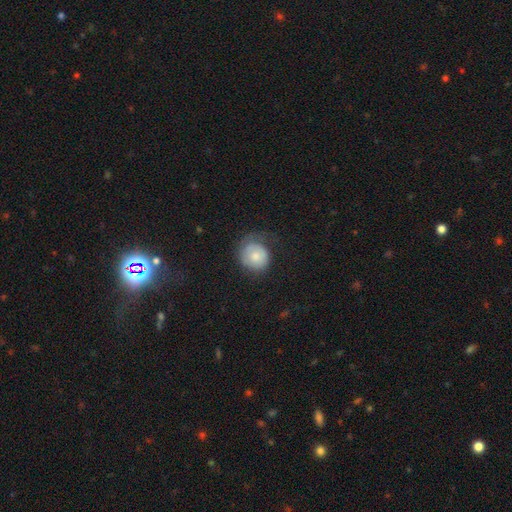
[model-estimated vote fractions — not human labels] smooth_or_featured: smooth (p=0.68) [alt: featured or disk p=0.25]
how_rounded: round (p=0.78) [alt: in between p=0.21]
merging: none (p=0.49) [alt: minor disturbance p=0.28]